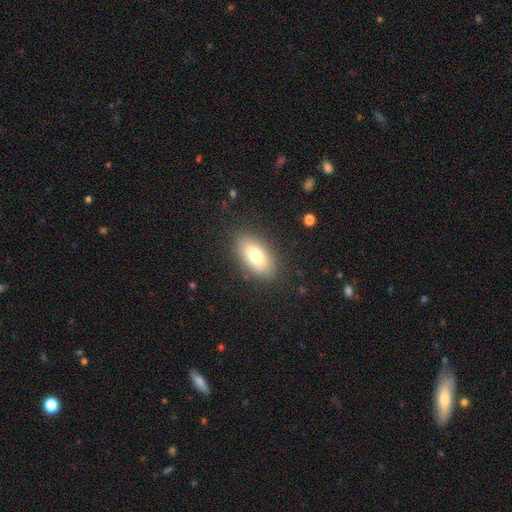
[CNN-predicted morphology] smooth-or-featured: smooth: 77% | featured or disk: 15% | star or artifact: 8%
  how-rounded: in between: 90% | cigar-shaped: 6% | round: 4%
  merging: none: 86% | minor disturbance: 10% | major disturbance: 3% | merger: 1%